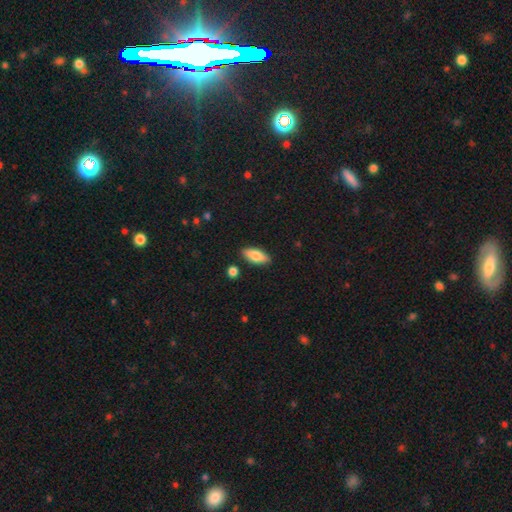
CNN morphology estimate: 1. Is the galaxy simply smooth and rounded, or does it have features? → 75% smooth, 18% featured or disk, 7% star or artifact.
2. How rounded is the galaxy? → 77% in between, 20% cigar-shaped, 3% round.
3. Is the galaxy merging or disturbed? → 86% none, 9% minor disturbance, 3% merger, 2% major disturbance.